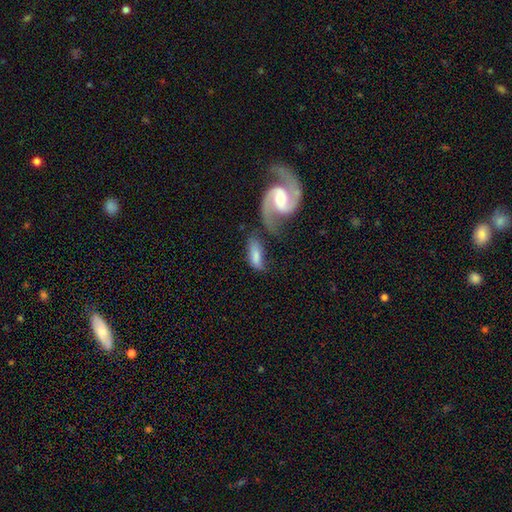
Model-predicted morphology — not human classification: Smooth or featured?
  - smooth: 62% *
  - featured or disk: 32%
  - star or artifact: 7%
How rounded?
  - in between: 74% *
  - cigar-shaped: 22%
  - round: 3%
Merging?
  - none: 37% *
  - merger: 27%
  - minor disturbance: 20%
  - major disturbance: 15%